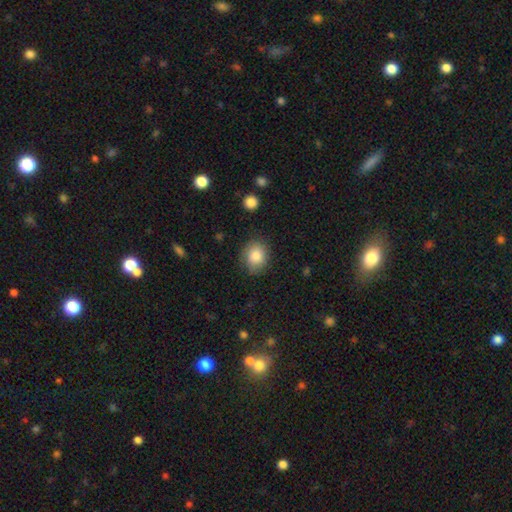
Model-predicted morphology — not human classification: A smooth galaxy with no disk features (85%) that is round (58%).

Vote fractions:
- Smooth or featured? smooth: 85% / star or artifact: 8% / featured or disk: 7%
- How rounded? round: 58% / in between: 41% / cigar-shaped: 1%
- Merging? none: 77% / minor disturbance: 17% / major disturbance: 4% / merger: 1%